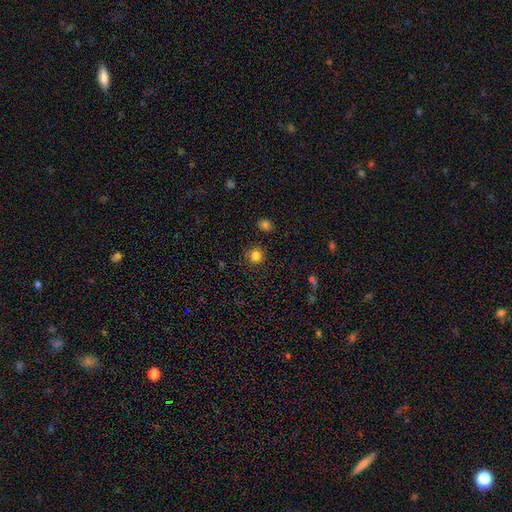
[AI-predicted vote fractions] The model was most divided on "smooth or featured": smooth: 82%, star or artifact: 13%, featured or disk: 4%. More confident: how rounded — round (91%); merging — none (86%).